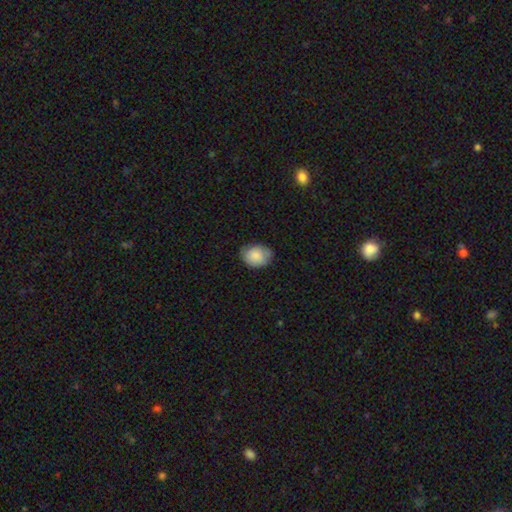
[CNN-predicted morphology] Smooth or featured? smooth (85%)
How rounded? in between (61%)
Merging? none (71%)